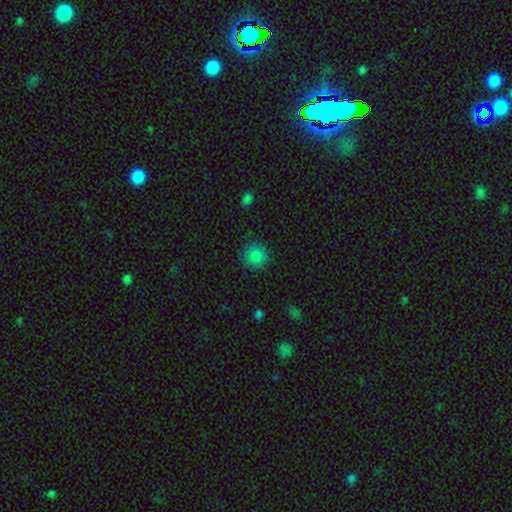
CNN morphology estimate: Smooth or featured?
  - smooth: 85% *
  - star or artifact: 10%
  - featured or disk: 4%
How rounded?
  - round: 92% *
  - in between: 7%
  - cigar-shaped: 1%
Merging?
  - none: 86% *
  - minor disturbance: 10%
  - major disturbance: 3%
  - merger: 1%